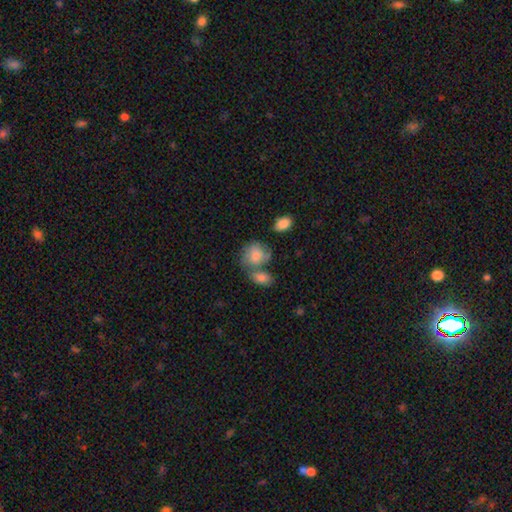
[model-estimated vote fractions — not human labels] Smooth or featured? Predicted: smooth (p=0.67). How rounded? Predicted: in between (p=0.50). Merging? Predicted: merger (p=0.39).